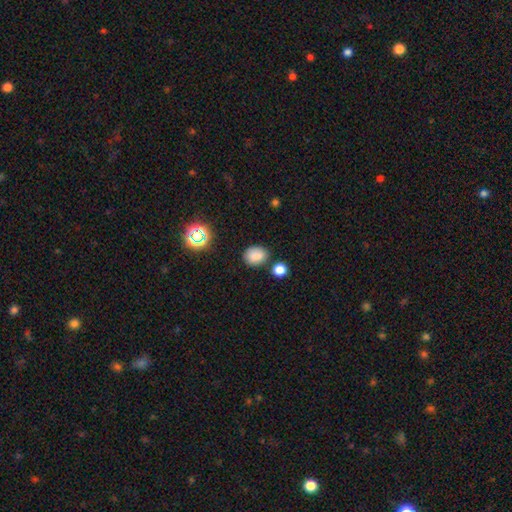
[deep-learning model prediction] smooth_or_featured: smooth (p=0.81) [alt: star or artifact p=0.13]
how_rounded: round (p=0.52) [alt: in between p=0.47]
merging: none (p=0.77) [alt: minor disturbance p=0.12]